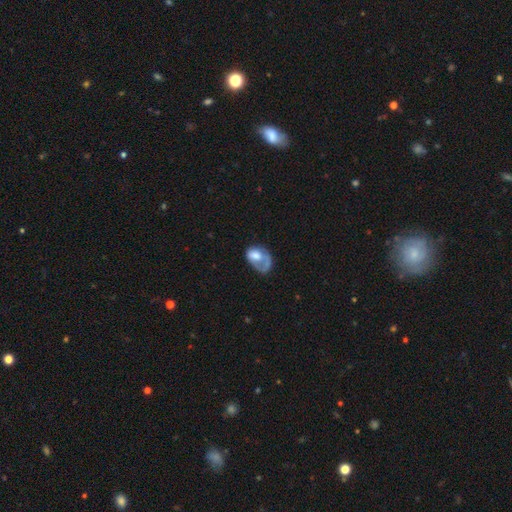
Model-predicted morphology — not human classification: Overall: smooth (53%; featured or disk 40%). How rounded: in between (79%). Merging: major disturbance (45%; none 25%).